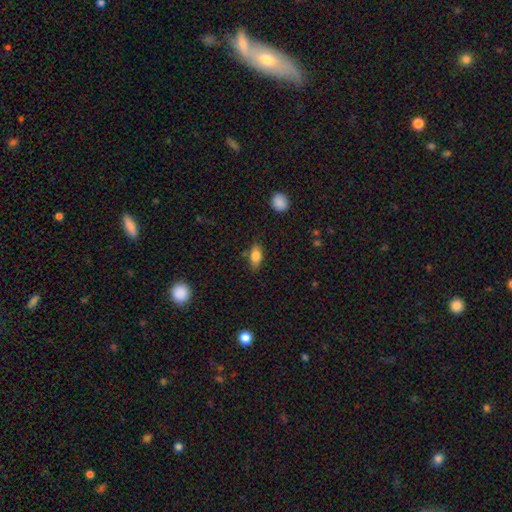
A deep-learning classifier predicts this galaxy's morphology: This is clearly a smooth galaxy (81%). How rounded: clearly in between (85%). Merging: likely none (78%).